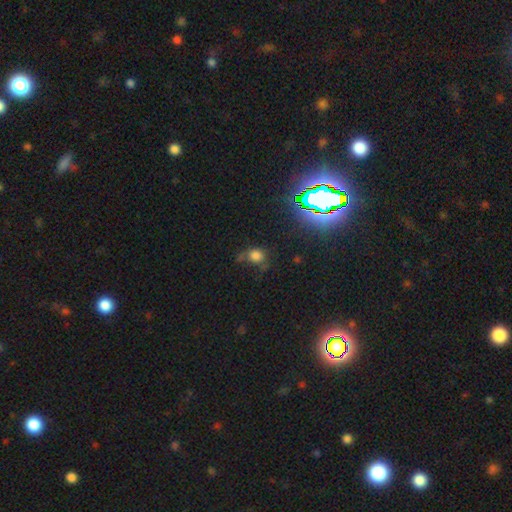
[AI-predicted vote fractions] smooth-or-featured: smooth: 65% | star or artifact: 24% | featured or disk: 10%
  how-rounded: round: 72% | in between: 26% | cigar-shaped: 1%
  merging: none: 50% | minor disturbance: 25% | major disturbance: 18% | merger: 7%